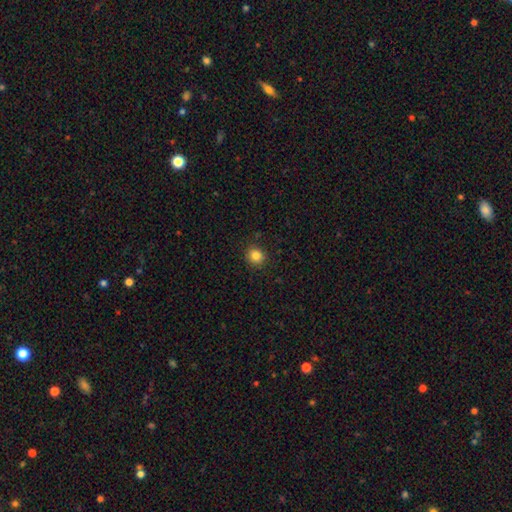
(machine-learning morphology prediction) smooth-or-featured: smooth: 84% | star or artifact: 11% | featured or disk: 5%
  how-rounded: round: 84% | in between: 15% | cigar-shaped: 1%
  merging: none: 90% | minor disturbance: 7% | major disturbance: 2% | merger: 1%